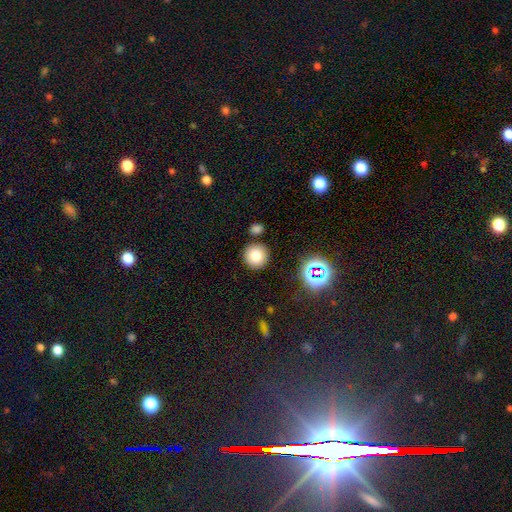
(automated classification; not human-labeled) Smooth or featured?
  - smooth: 79% *
  - star or artifact: 13%
  - featured or disk: 7%
How rounded?
  - round: 94% *
  - in between: 5%
  - cigar-shaped: 1%
Merging?
  - none: 85% *
  - minor disturbance: 7%
  - merger: 5%
  - major disturbance: 2%